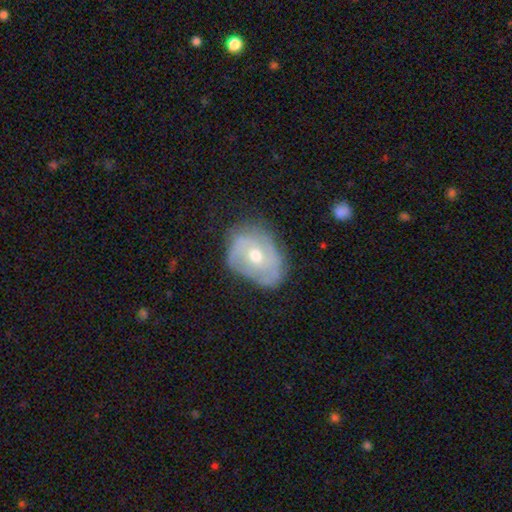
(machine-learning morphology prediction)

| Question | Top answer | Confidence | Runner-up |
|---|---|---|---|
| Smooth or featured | featured or disk | 67% | smooth (27%) |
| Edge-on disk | no | 96% | yes (4%) |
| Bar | no | 73% | weak (22%) |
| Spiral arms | yes | 74% | no (26%) |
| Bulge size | moderate | 66% | small (30%) |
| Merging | none | 57% | minor disturbance (30%) |